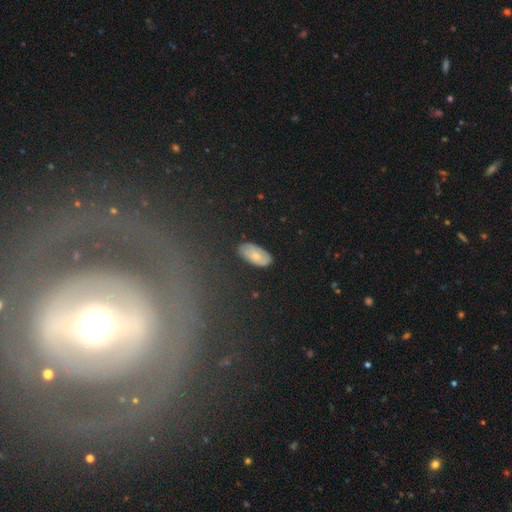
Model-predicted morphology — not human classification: smooth 61%, featured or disk 30%, star or artifact 9%. Down the decision tree: how rounded — in between (94%); merging — none (80%).